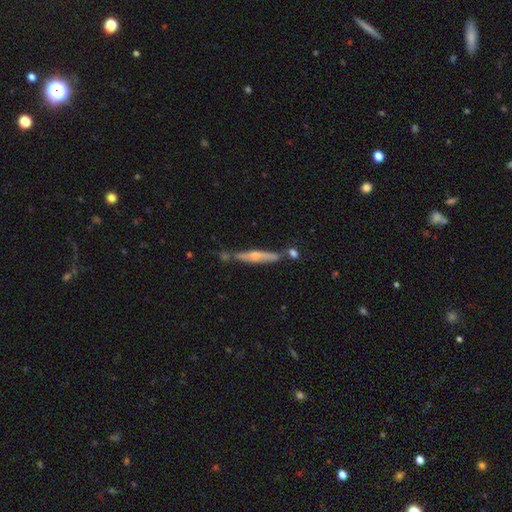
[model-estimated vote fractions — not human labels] Smooth or featured: featured or disk — 65% (smooth — 28%)
Edge-on disk: yes — 91% (no — 9%)
Edge-on bulge: rounded — 78% (none — 16%)
Merging: none — 69% (minor disturbance — 16%)